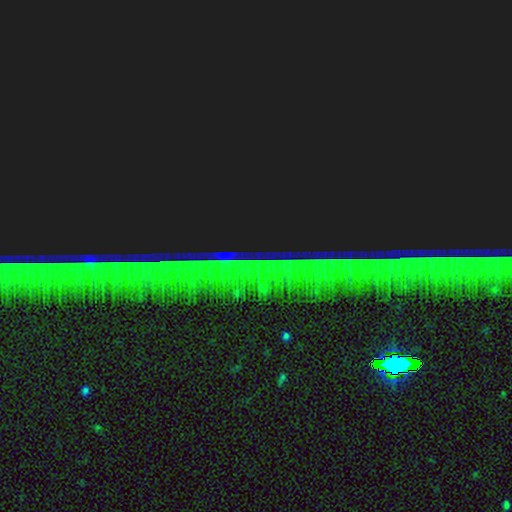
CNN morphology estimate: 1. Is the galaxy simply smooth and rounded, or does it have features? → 86% star or artifact, 7% featured or disk, 6% smooth.